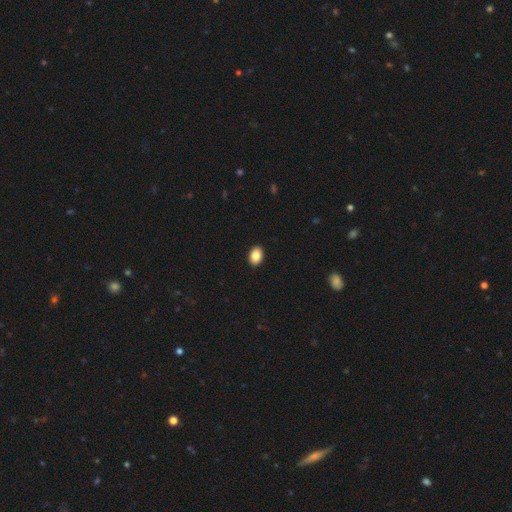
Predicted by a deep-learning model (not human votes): Smooth or featured? smooth (87%)
How rounded? in between (81%)
Merging? none (92%)